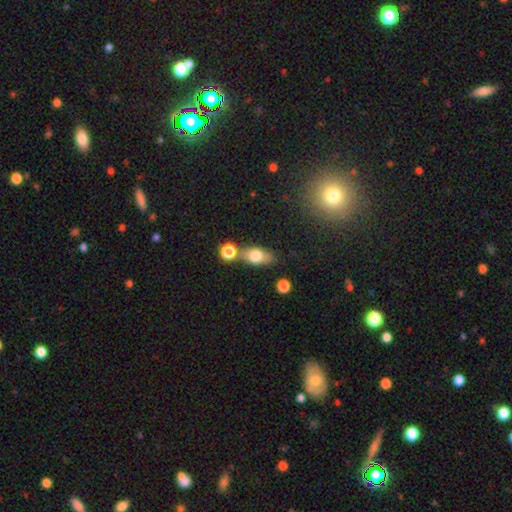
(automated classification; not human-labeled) Overall: smooth (69%). How rounded: in between (78%). Merging: none (64%).